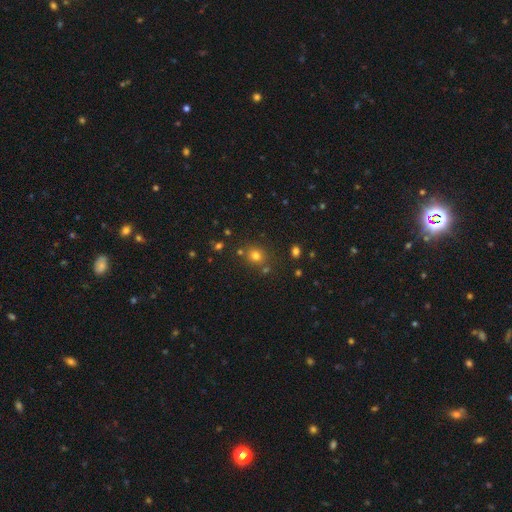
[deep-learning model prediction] A smooth galaxy with no disk features (73%) that is round (79%). Merging: none (76%).